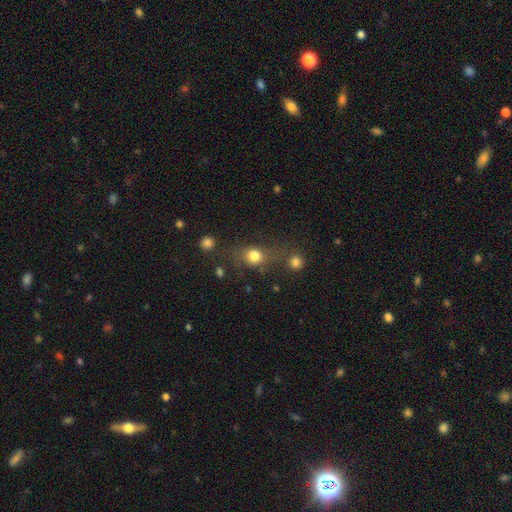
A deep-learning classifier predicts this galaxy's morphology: smooth_or_featured: smooth (p=0.78) [alt: star or artifact p=0.13]
how_rounded: round (p=0.71) [alt: in between p=0.26]
merging: none (p=0.61) [alt: minor disturbance p=0.16]